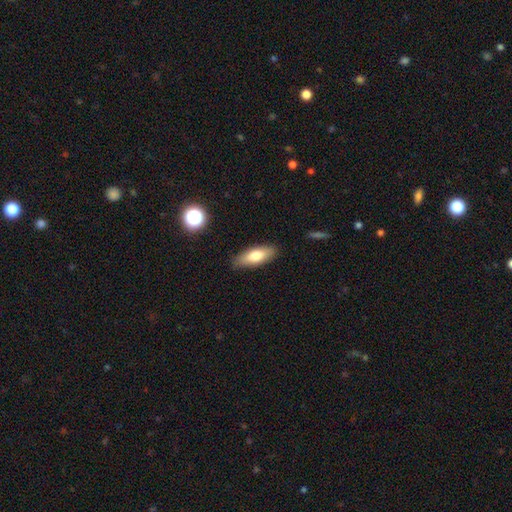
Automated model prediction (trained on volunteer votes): Smooth or featured?
  - smooth: 74% *
  - featured or disk: 19%
  - star or artifact: 7%
How rounded?
  - in between: 64% *
  - cigar-shaped: 33%
  - round: 2%
Merging?
  - none: 86% *
  - minor disturbance: 11%
  - major disturbance: 2%
  - merger: 1%